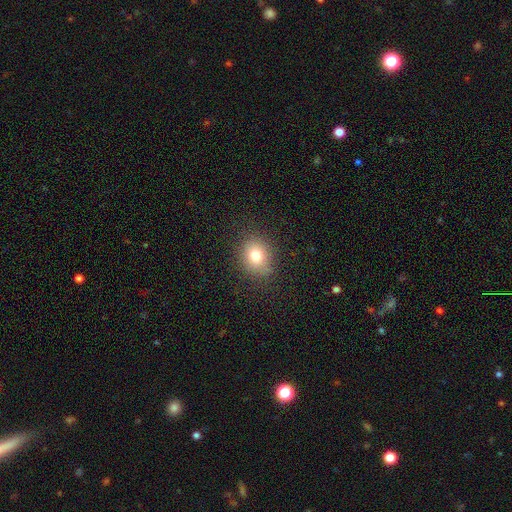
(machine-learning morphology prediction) Overall: smooth (77%). How rounded: round (63%; in between 36%). Merging: none (82%).